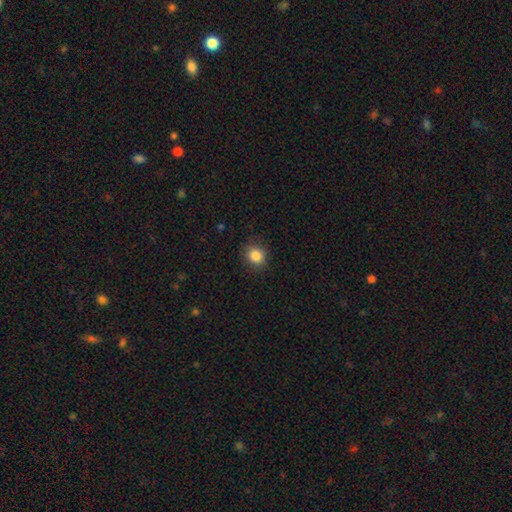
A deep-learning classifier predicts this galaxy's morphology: Smooth or featured?
  - smooth: 85% *
  - star or artifact: 10%
  - featured or disk: 5%
How rounded?
  - round: 77% *
  - in between: 22%
  - cigar-shaped: 1%
Merging?
  - none: 87% *
  - minor disturbance: 10%
  - major disturbance: 3%
  - merger: 1%